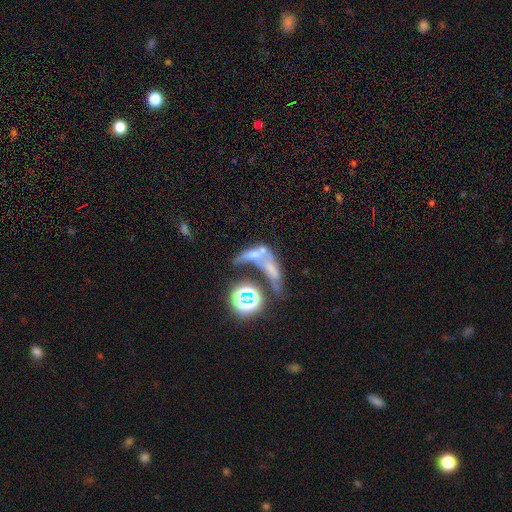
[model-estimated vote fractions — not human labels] A smooth galaxy with no disk features (41%). Merging: merger (57%).